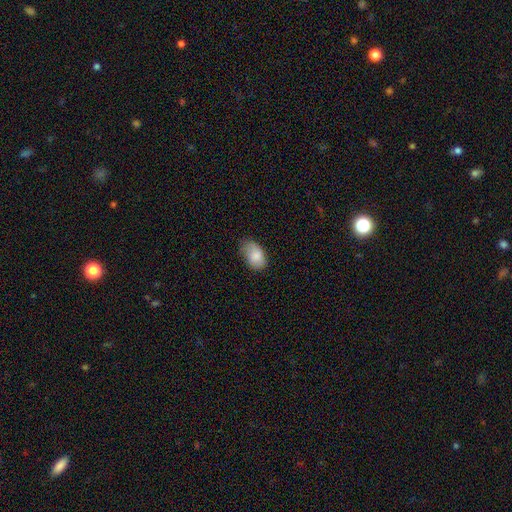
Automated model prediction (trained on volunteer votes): Q: Smooth or featured?
A: smooth (84%); runner-up: featured or disk (9%)
Q: How rounded?
A: in between (91%); runner-up: round (7%)
Q: Merging?
A: none (61%); runner-up: minor disturbance (32%)